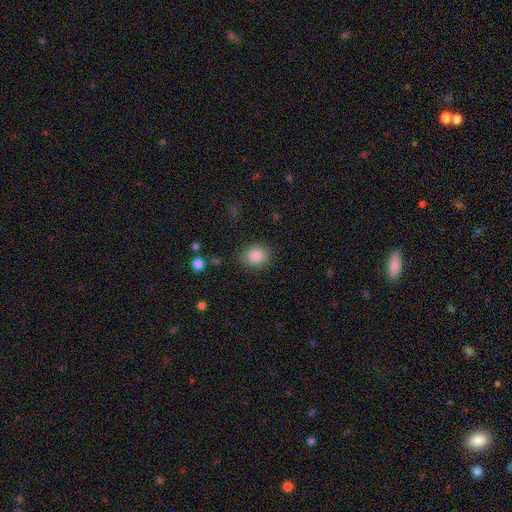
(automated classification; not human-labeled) A smooth galaxy with no disk features (87%) that is round (68%).

Vote fractions:
- Smooth or featured? smooth: 87% / star or artifact: 9% / featured or disk: 4%
- How rounded? round: 68% / in between: 31% / cigar-shaped: 1%
- Merging? none: 85% / minor disturbance: 10% / major disturbance: 4% / merger: 1%